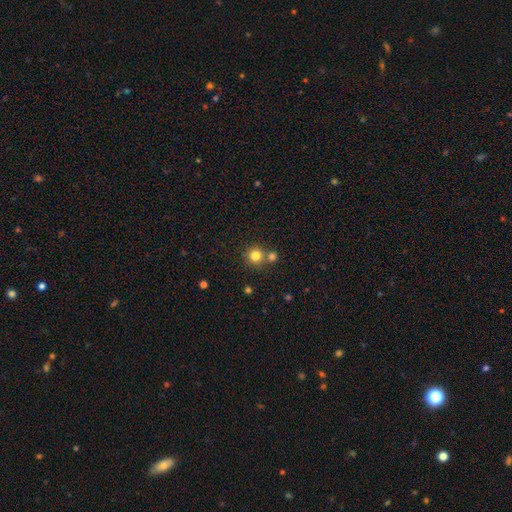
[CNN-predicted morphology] Smooth or featured? smooth (80%)
How rounded? round (92%)
Merging? none (64%)